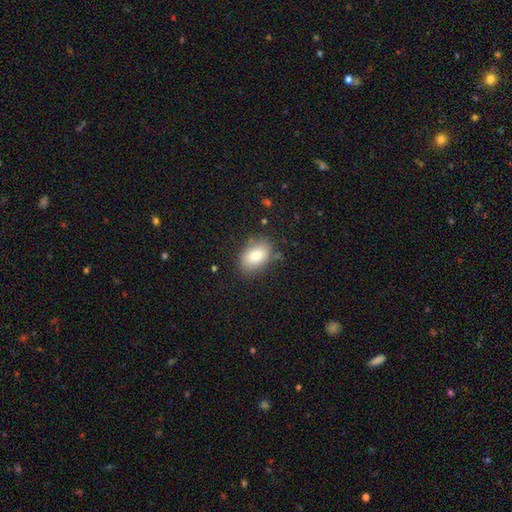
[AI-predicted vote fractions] Morphology: type=smooth (81%); roundness=in between (86%); merging=none (80%).